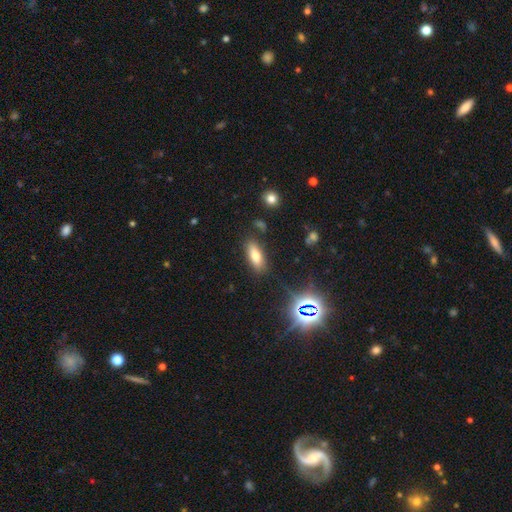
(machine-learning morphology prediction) Q: Smooth or featured?
A: smooth (70%); runner-up: featured or disk (17%)
Q: How rounded?
A: in between (70%); runner-up: cigar-shaped (26%)
Q: Merging?
A: none (82%); runner-up: minor disturbance (12%)